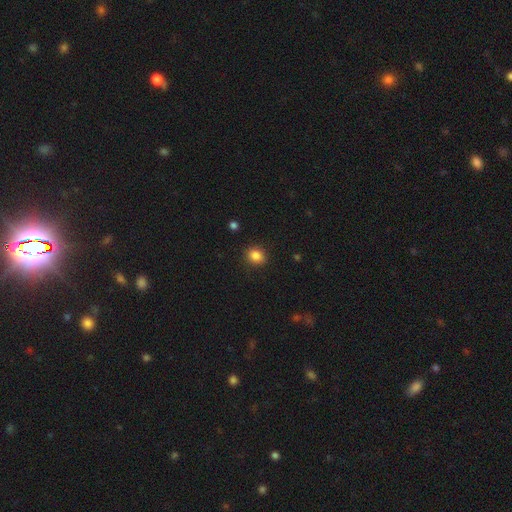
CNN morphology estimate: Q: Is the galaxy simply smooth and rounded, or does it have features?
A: smooth — 86%.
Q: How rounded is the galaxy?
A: round — 63%.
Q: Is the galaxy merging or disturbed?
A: none — 89%.